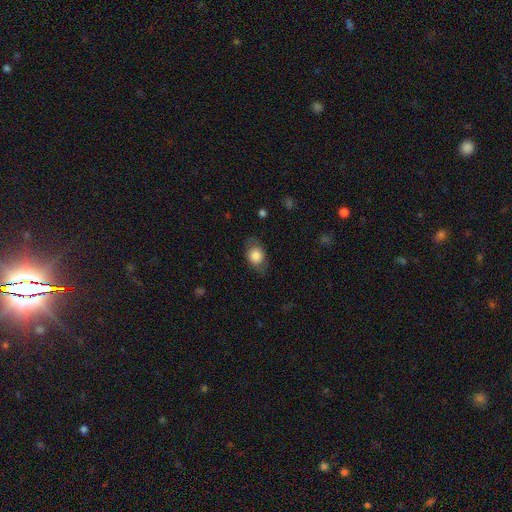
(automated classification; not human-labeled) Smooth or featured: smooth — 78% (featured or disk — 15%)
How rounded: in between — 69% (round — 30%)
Merging: none — 74% (minor disturbance — 18%)